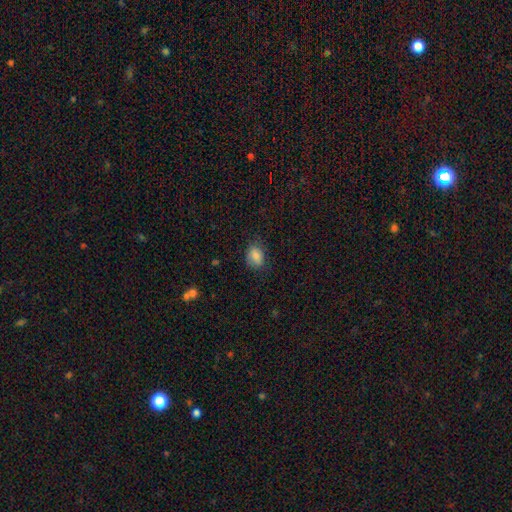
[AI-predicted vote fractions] smooth 84%, star or artifact 9%, featured or disk 7%. Down the decision tree: how rounded — in between (65%); merging — none (74%).